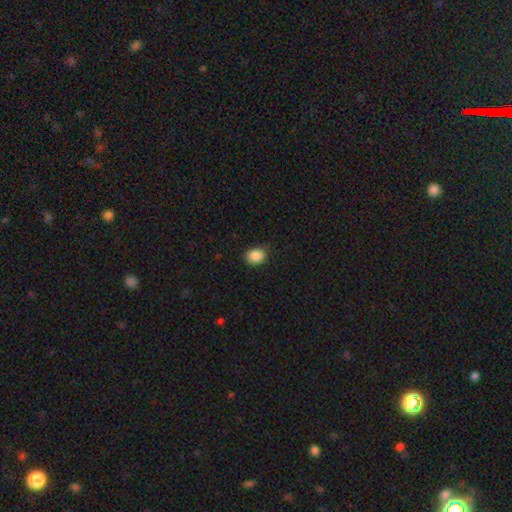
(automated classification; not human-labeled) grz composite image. It shows a smooth galaxy with no disk features (87%) that is in between round and cigar-shaped (52%). Merging: none (79%).